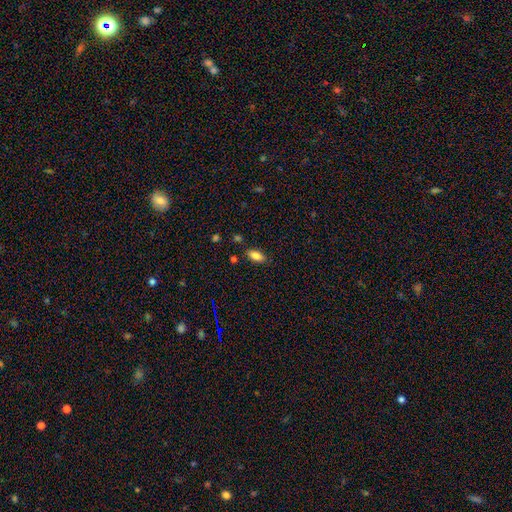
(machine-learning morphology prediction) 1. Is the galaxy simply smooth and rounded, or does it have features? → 85% smooth, 9% star or artifact, 6% featured or disk.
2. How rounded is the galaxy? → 89% in between, 8% cigar-shaped, 3% round.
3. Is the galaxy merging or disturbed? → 83% none, 12% minor disturbance, 3% major disturbance, 3% merger.